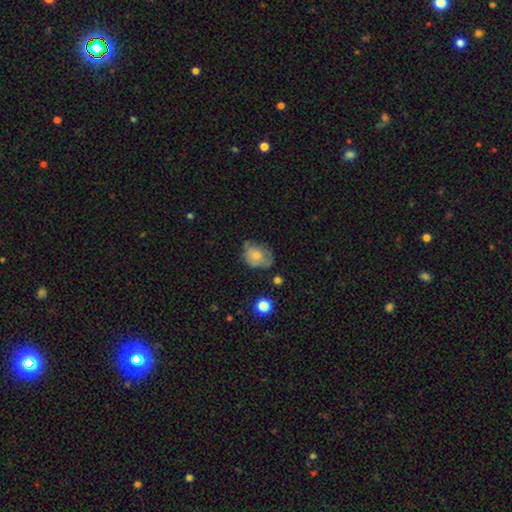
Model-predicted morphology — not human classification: smooth_or_featured: smooth (p=0.64) [alt: featured or disk p=0.27]
how_rounded: in between (p=0.53) [alt: round p=0.46]
merging: none (p=0.44) [alt: minor disturbance p=0.36]